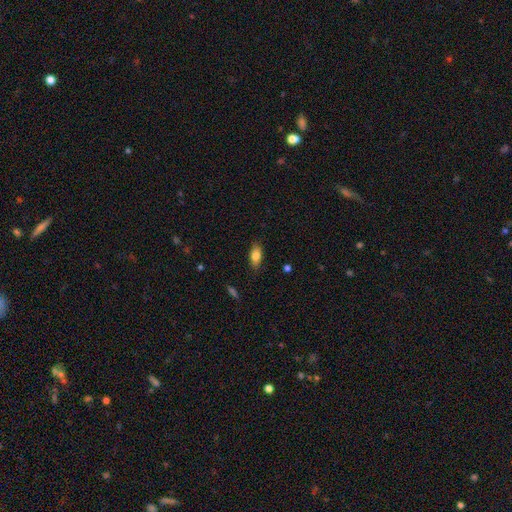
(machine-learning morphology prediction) Smooth or featured: smooth — 81% (featured or disk — 11%)
How rounded: in between — 85% (cigar-shaped — 11%)
Merging: none — 84% (minor disturbance — 12%)